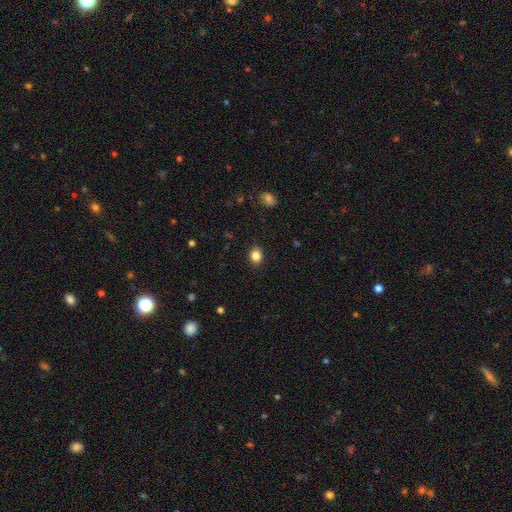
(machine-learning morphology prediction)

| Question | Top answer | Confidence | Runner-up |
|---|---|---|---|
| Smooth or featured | smooth | 85% | star or artifact (10%) |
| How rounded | round | 53% | in between (46%) |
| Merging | none | 89% | minor disturbance (8%) |